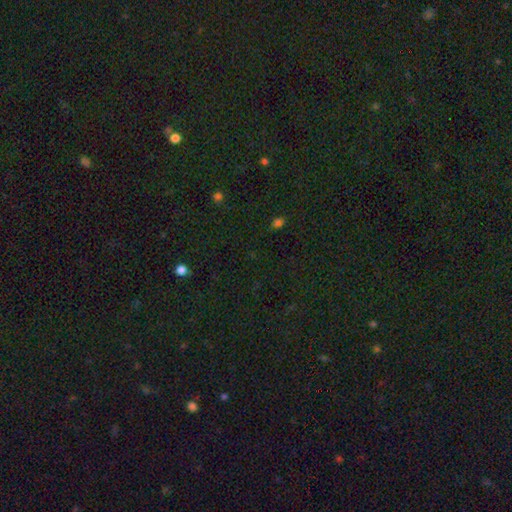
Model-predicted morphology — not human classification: Q: Smooth or featured?
A: star or artifact (77%); runner-up: smooth (16%)